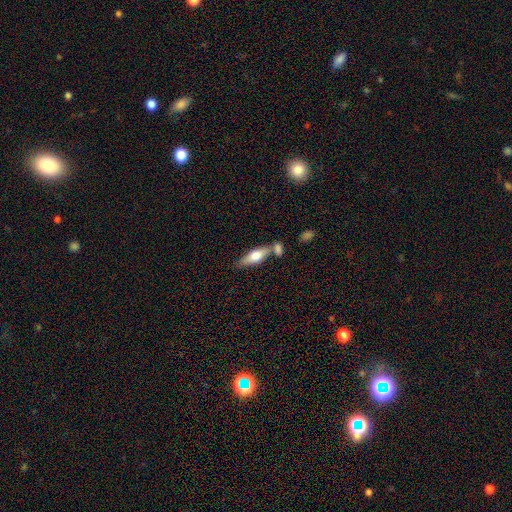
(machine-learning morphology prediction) This is likely a smooth galaxy (61%). How rounded: possibly in between (56%). Merging: possibly none (52%).